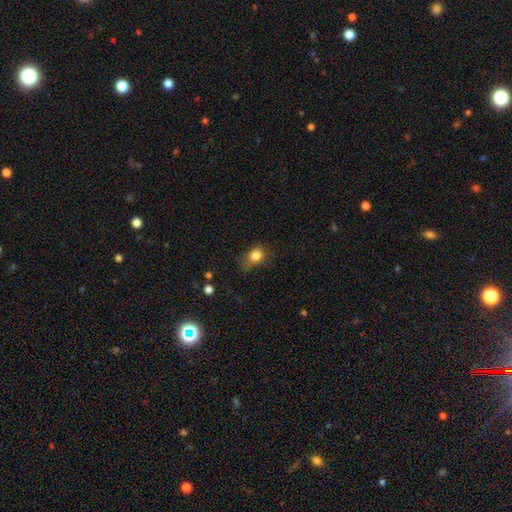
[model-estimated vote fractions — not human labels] Smooth or featured? smooth (81%)
How rounded? round (51%)
Merging? none (49%)